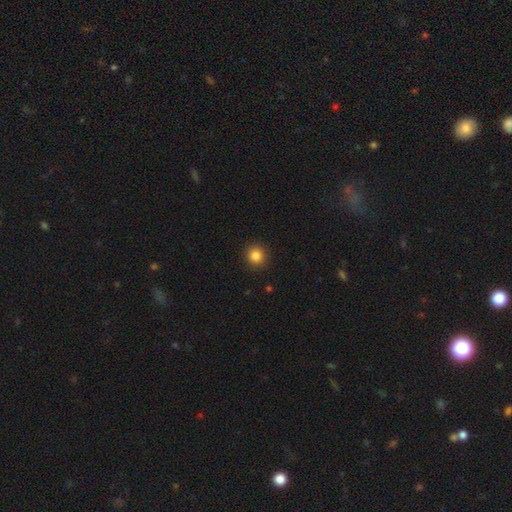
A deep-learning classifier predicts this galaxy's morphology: smooth 85%, star or artifact 11%, featured or disk 4%. Down the decision tree: how rounded — round (93%); merging — none (92%).